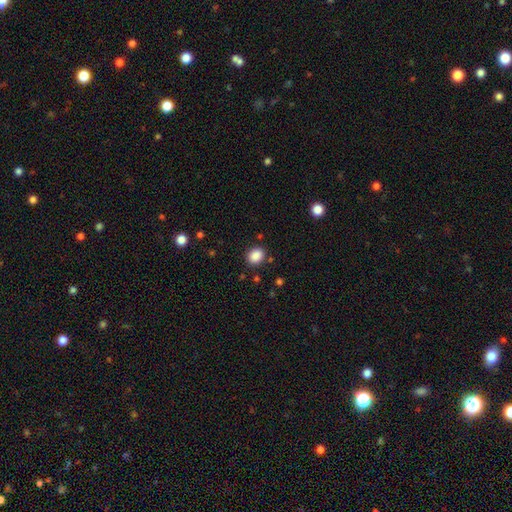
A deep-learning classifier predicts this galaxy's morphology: Smooth or featured? Predicted: smooth (p=0.87). How rounded? Predicted: in between (p=0.50). Merging? Predicted: none (p=0.85).